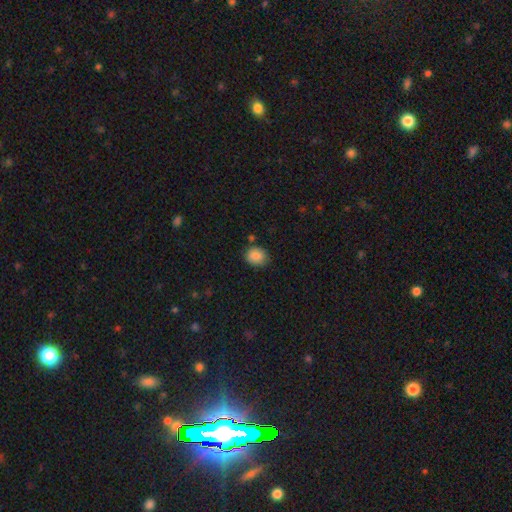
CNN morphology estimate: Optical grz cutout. It shows a smooth galaxy with no disk features (87%) that is round (61%). Merging: none (77%).